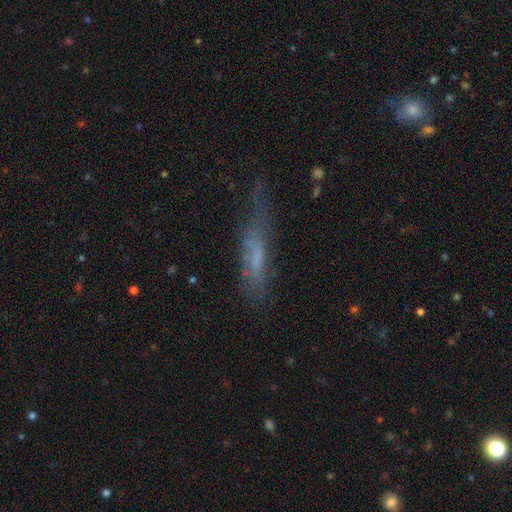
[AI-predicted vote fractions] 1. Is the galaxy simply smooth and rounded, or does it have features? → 48% smooth, 41% featured or disk, 11% star or artifact.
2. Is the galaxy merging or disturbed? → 48% none, 29% minor disturbance, 19% major disturbance, 3% merger.